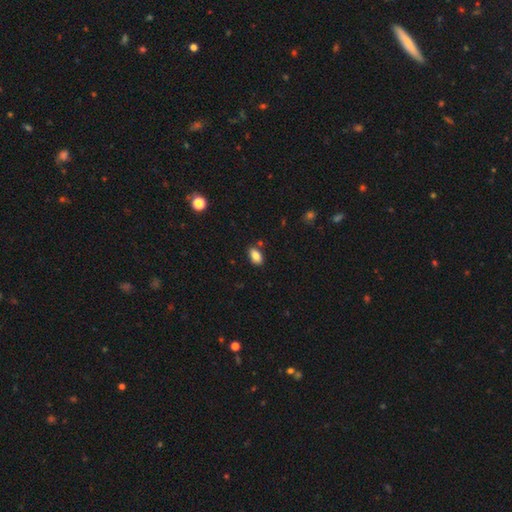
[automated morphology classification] This is clearly a smooth galaxy (84%). How rounded: clearly in between (91%). Merging: clearly none (81%).